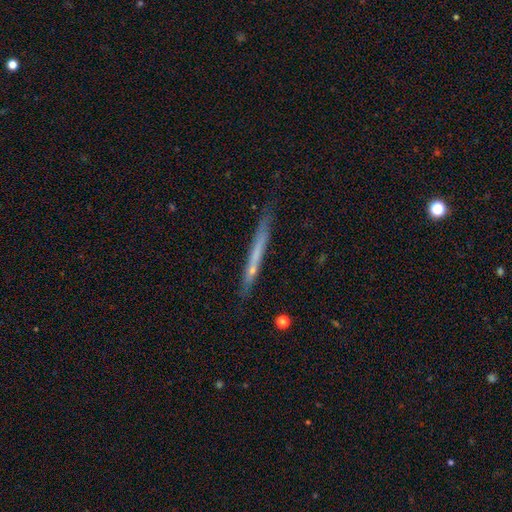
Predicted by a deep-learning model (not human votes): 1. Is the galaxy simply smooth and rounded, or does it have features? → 48% featured or disk, 45% smooth, 7% star or artifact.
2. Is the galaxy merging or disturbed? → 81% none, 14% minor disturbance, 2% major disturbance, 2% merger.